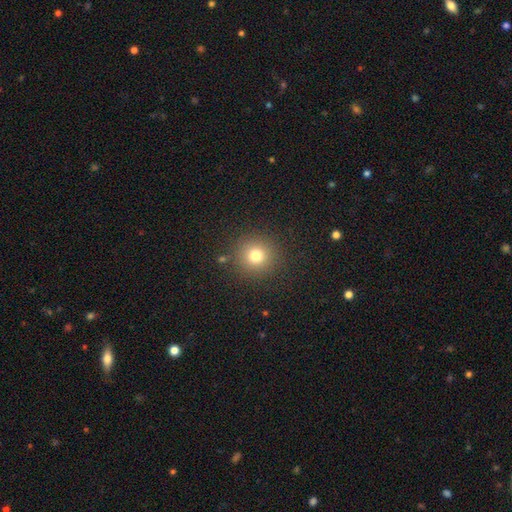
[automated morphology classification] smooth_or_featured: smooth (p=0.76) [alt: star or artifact p=0.15]
how_rounded: round (p=0.94) [alt: in between p=0.05]
merging: none (p=0.88) [alt: minor disturbance p=0.07]